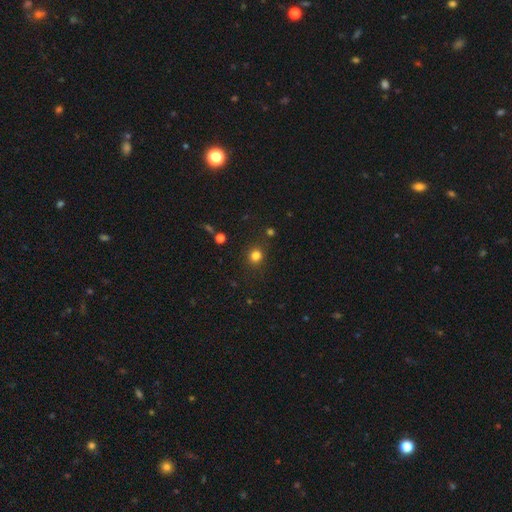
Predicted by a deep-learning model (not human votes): Smooth or featured? smooth (81%)
How rounded? round (83%)
Merging? none (86%)